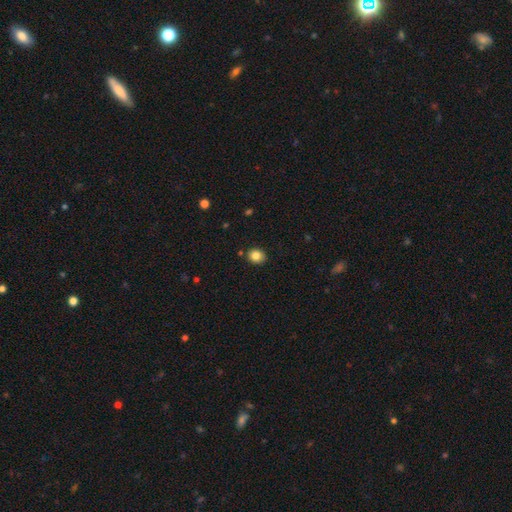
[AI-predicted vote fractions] This appears to be a smooth galaxy with no disk features (83%) that is round (64%). Merging: none (86%).